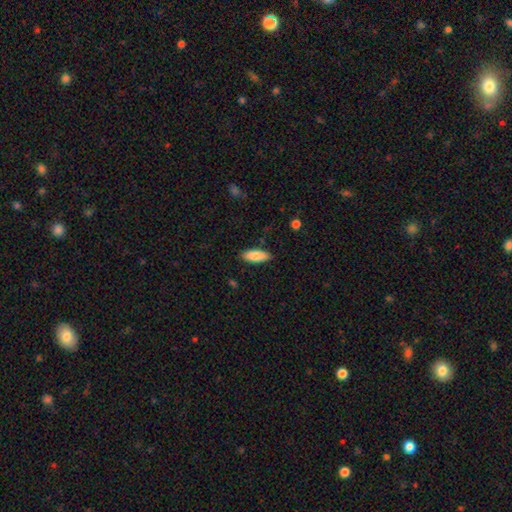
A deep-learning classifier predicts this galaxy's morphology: Smooth or featured?
  - smooth: 85% *
  - featured or disk: 9%
  - star or artifact: 6%
How rounded?
  - in between: 76% *
  - cigar-shaped: 22%
  - round: 2%
Merging?
  - none: 87% *
  - minor disturbance: 10%
  - major disturbance: 2%
  - merger: 1%